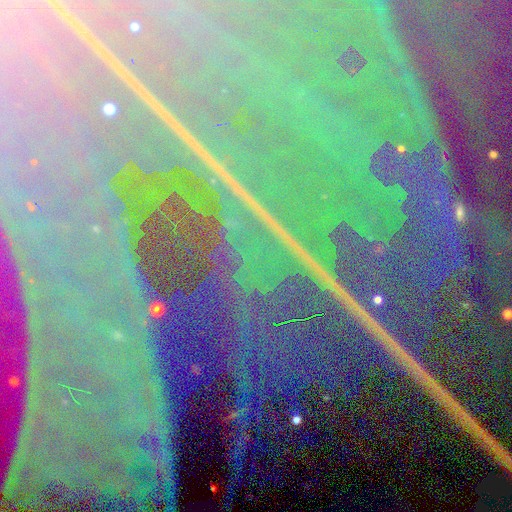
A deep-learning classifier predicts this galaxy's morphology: smooth-or-featured: star or artifact: 89% | featured or disk: 7% | smooth: 4%